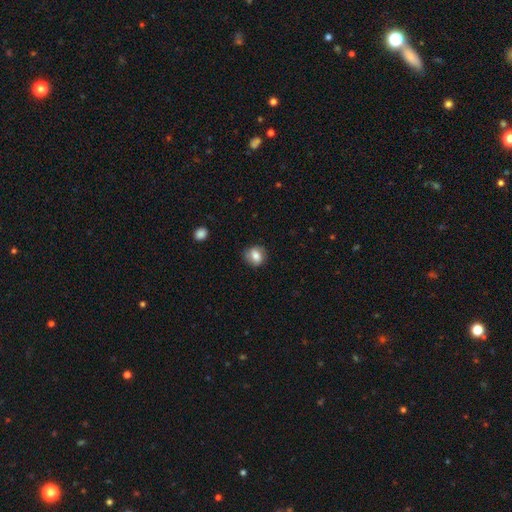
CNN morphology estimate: Overall: smooth (73%). How rounded: round (69%; in between 30%). Merging: none (81%).